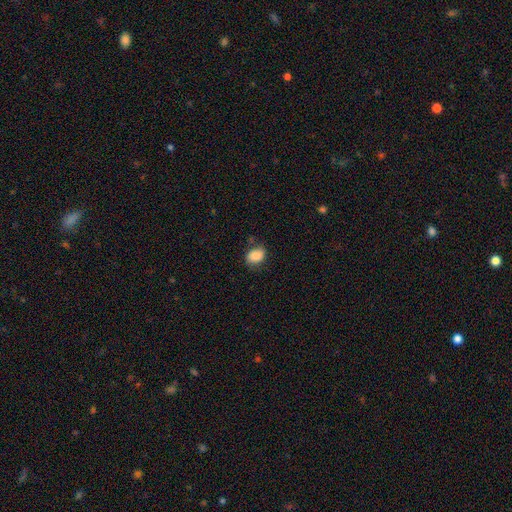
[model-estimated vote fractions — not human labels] Smooth or featured? smooth (83%)
How rounded? in between (68%)
Merging? none (69%)